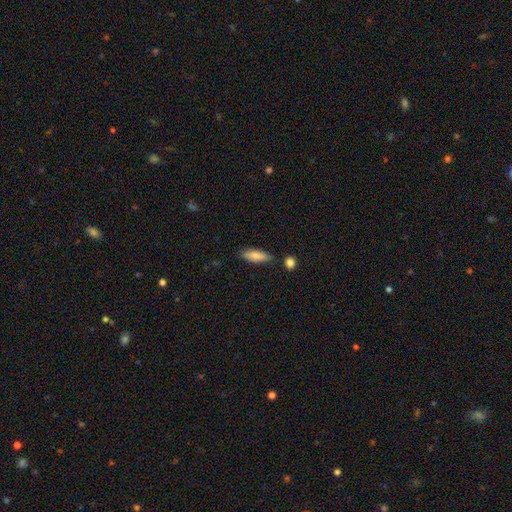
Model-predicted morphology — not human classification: smooth-or-featured: smooth: 80% | featured or disk: 14% | star or artifact: 6%
  how-rounded: in between: 52% | cigar-shaped: 46% | round: 2%
  merging: none: 79% | minor disturbance: 13% | merger: 4% | major disturbance: 3%